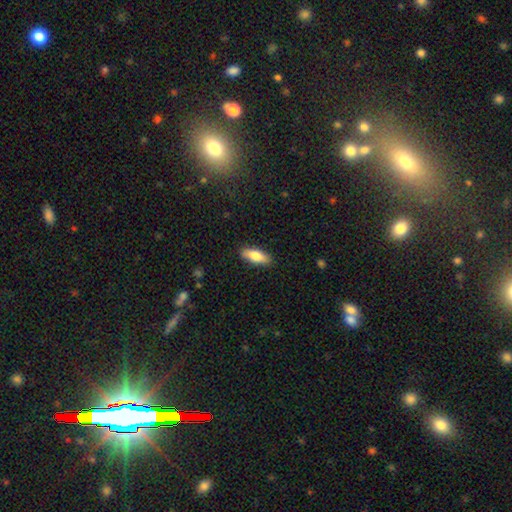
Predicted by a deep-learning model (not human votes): Morphology: type=smooth (77%); roundness=in between (70%); merging=none (89%).